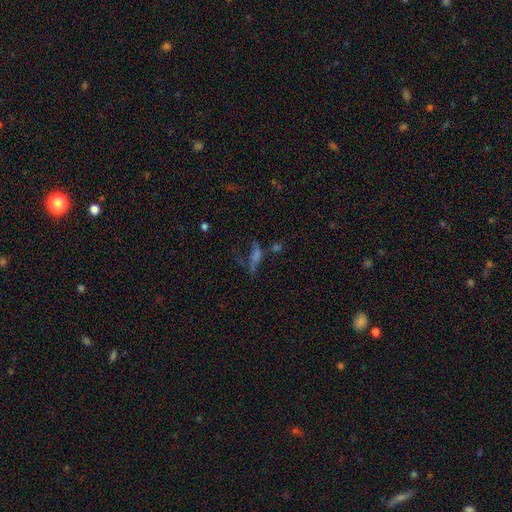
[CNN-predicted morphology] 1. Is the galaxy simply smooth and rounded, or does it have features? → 35% star or artifact, 34% smooth, 31% featured or disk.